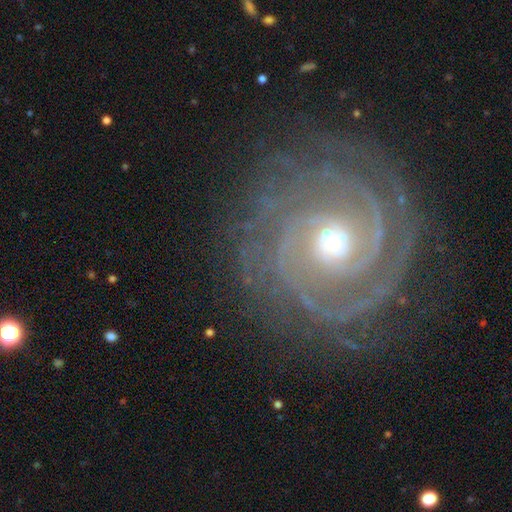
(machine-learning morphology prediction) type=featured or disk (91%); edge-on=no (97%); bar=no (68%); spiral arms=yes (98%); winding=tight (84%); arm count=2 (33%); bulge=moderate (68%); merging=none (81%).